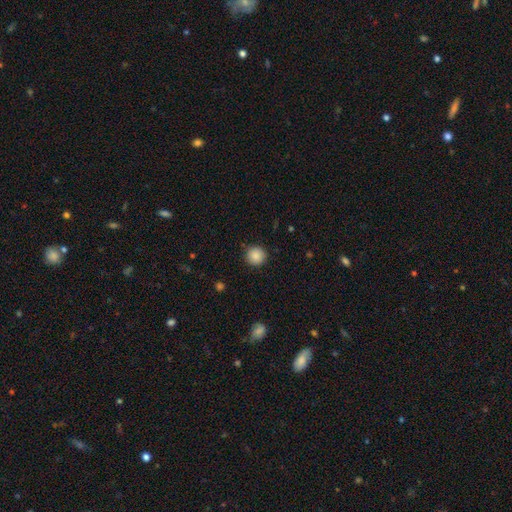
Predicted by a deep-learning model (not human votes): The model was most divided on "smooth or featured": smooth: 88%, star or artifact: 9%, featured or disk: 3%. More confident: how rounded — round (95%); merging — none (91%).